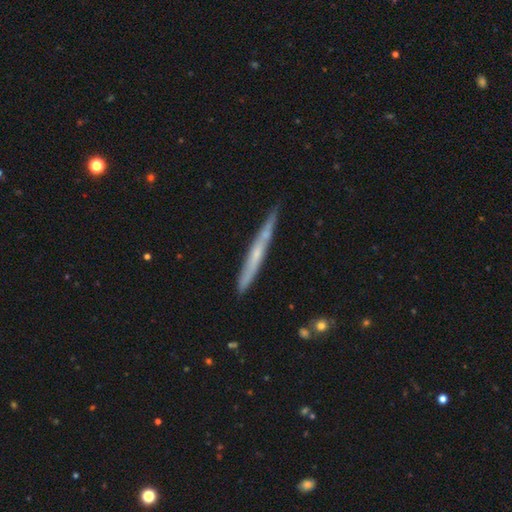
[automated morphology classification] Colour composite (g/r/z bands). It shows a featured or disk galaxy (56%) viewed edge-on (94%) with no central bulge (72%). Merging: none (80%).